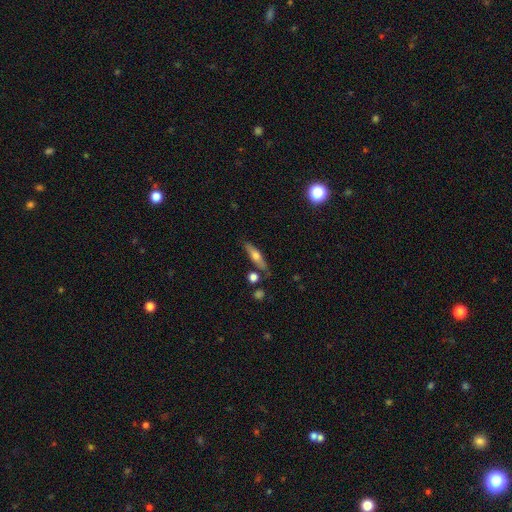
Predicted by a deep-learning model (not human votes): Smooth or featured? smooth (49%)
Merging? none (78%)